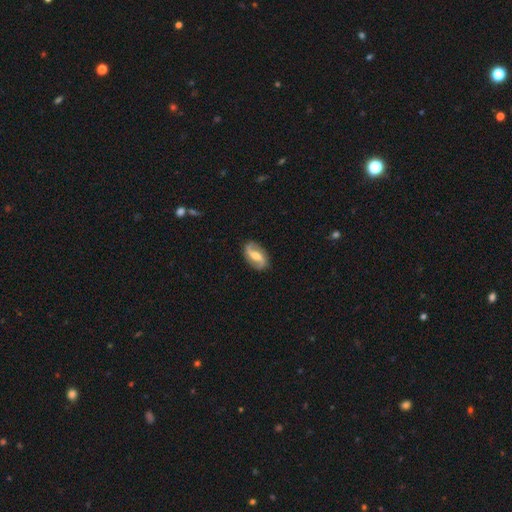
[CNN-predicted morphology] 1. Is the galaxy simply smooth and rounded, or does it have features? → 78% featured or disk, 16% smooth, 6% star or artifact.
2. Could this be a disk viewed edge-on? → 96% no, 4% yes.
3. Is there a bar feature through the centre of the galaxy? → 45% weak, 31% strong, 24% no.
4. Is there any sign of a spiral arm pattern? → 93% yes, 7% no.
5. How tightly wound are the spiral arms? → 60% loose, 29% medium, 11% tight.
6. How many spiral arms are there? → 92% 2, 3% can't tell, 2% 1, 1% 3, 1% 4, 1% more than 4.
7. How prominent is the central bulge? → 57% moderate, 22% small, 13% large, 5% none, 2% dominant.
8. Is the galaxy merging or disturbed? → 84% none, 11% minor disturbance, 3% major disturbance, 1% merger.